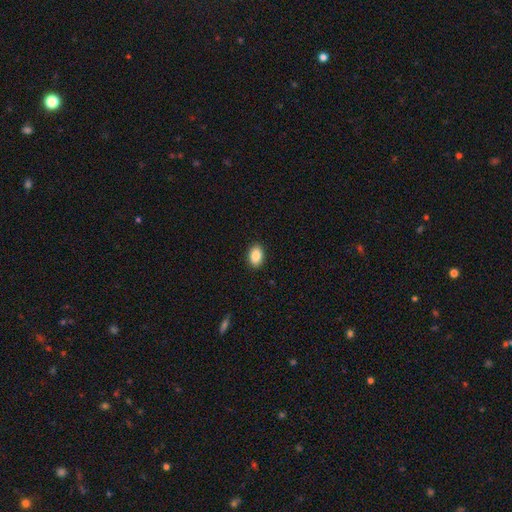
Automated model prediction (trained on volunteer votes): This appears to be a smooth galaxy with no disk features (88%) that is in between round and cigar-shaped (87%). Merging: none (90%).